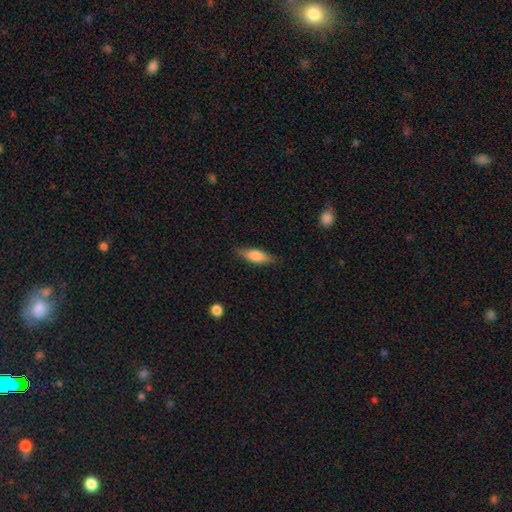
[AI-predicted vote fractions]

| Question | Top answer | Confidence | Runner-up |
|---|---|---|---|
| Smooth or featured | smooth | 73% | featured or disk (21%) |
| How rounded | in between | 62% | cigar-shaped (35%) |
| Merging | none | 82% | minor disturbance (14%) |